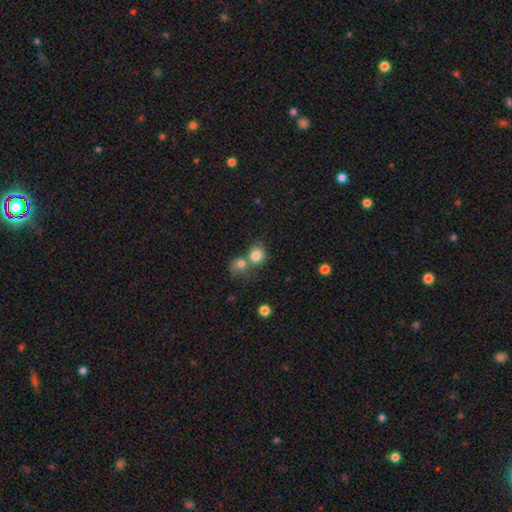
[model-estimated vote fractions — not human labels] A smooth galaxy with no disk features (81%) that is round (78%).

Vote fractions:
- Smooth or featured? smooth: 81% / star or artifact: 11% / featured or disk: 8%
- How rounded? round: 78% / in between: 21% / cigar-shaped: 1%
- Merging? merger: 49% / none: 40% / minor disturbance: 8% / major disturbance: 4%